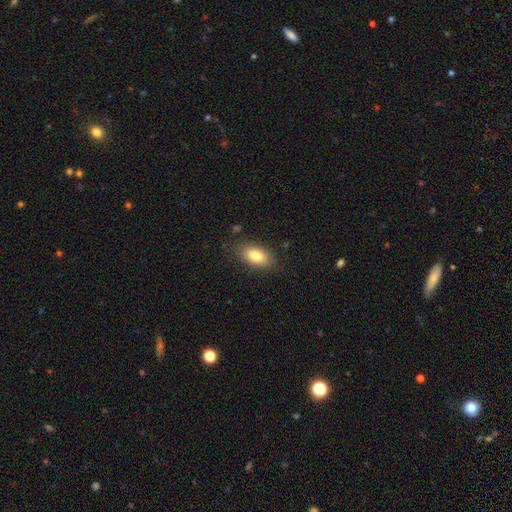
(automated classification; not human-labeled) Smooth or featured?
  - smooth: 81% *
  - featured or disk: 11%
  - star or artifact: 8%
How rounded?
  - in between: 90% *
  - round: 6%
  - cigar-shaped: 4%
Merging?
  - none: 82% *
  - minor disturbance: 13%
  - major disturbance: 3%
  - merger: 1%